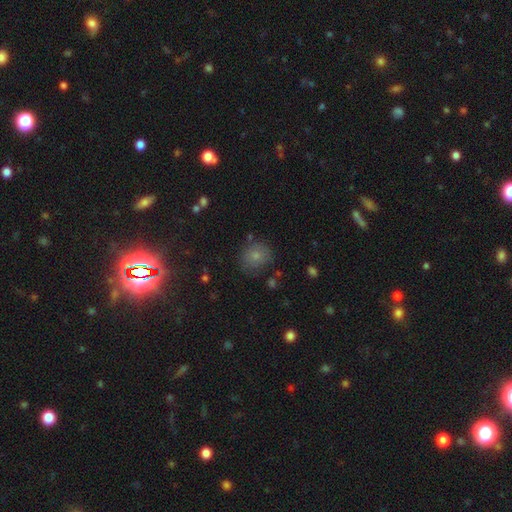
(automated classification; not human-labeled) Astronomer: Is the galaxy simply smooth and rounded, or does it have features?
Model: smooth — 74%.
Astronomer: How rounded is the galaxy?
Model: round — 77%.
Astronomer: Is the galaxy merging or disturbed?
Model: none — 73%.